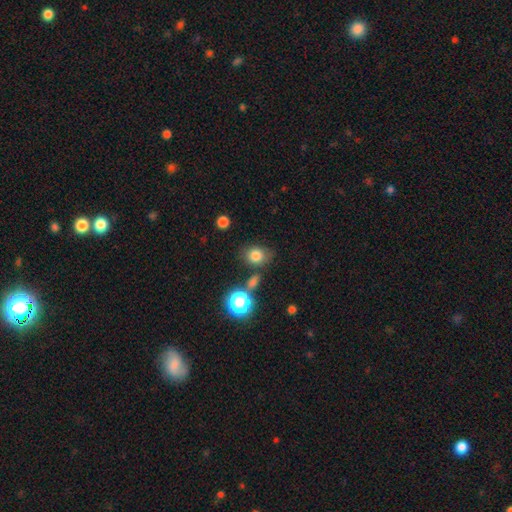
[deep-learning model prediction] Smooth or featured? Predicted: smooth (p=0.77). How rounded? Predicted: round (p=0.53). Merging? Predicted: none (p=0.70).